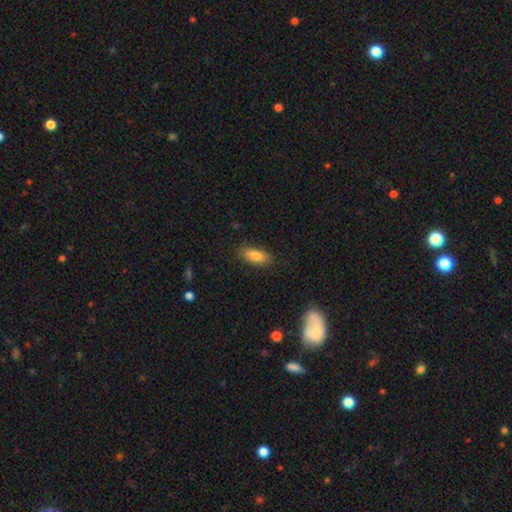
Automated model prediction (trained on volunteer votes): This appears to be a smooth galaxy with no disk features (82%) that is in between round and cigar-shaped (81%). Merging: none (84%).